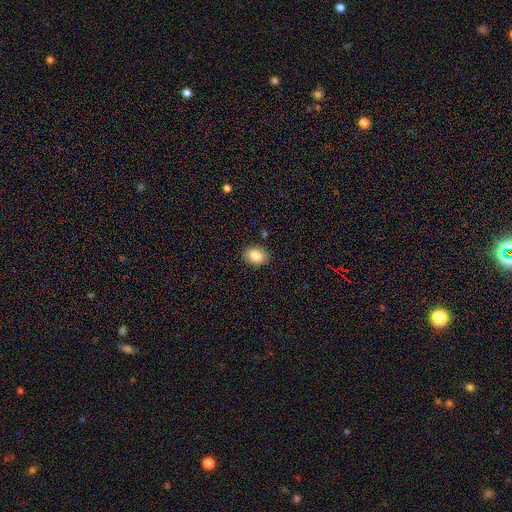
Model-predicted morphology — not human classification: A smooth galaxy with no disk features (82%) that is in between round and cigar-shaped (65%). Merging: none (88%).